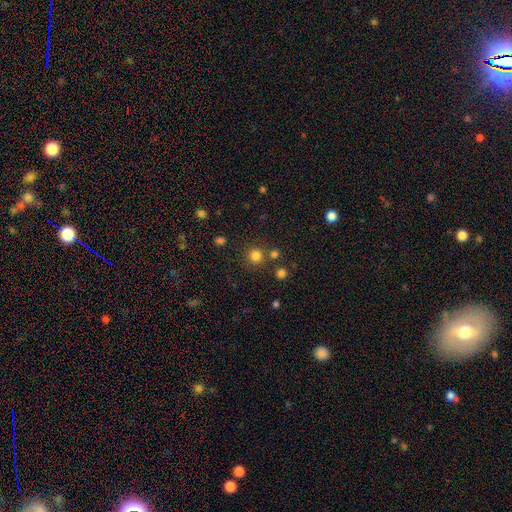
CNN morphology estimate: type=smooth (80%); roundness=round (94%); merging=none (82%).